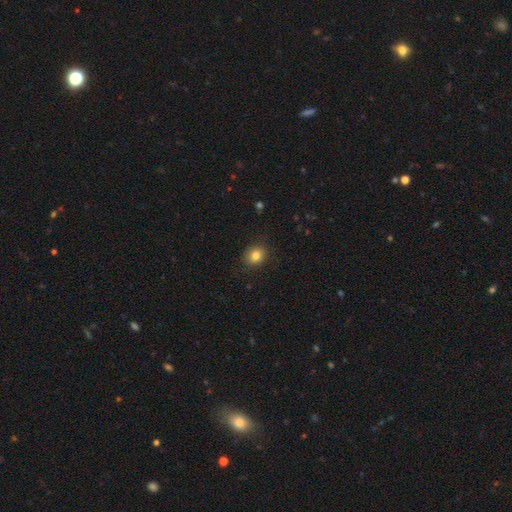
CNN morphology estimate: smooth_or_featured: smooth (p=0.82) [alt: star or artifact p=0.10]
how_rounded: round (p=0.56) [alt: in between p=0.43]
merging: none (p=0.87) [alt: minor disturbance p=0.10]